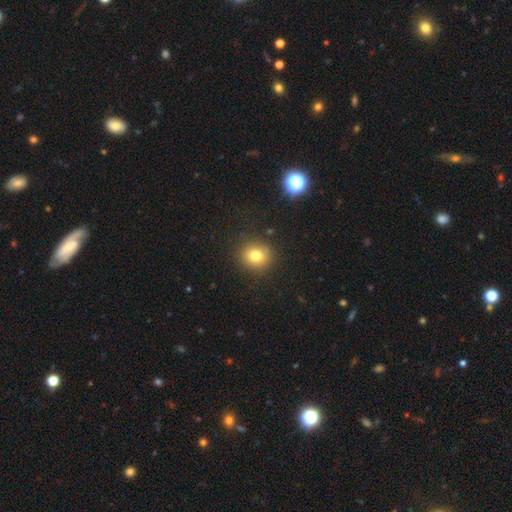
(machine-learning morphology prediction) Q: Smooth or featured?
A: smooth (77%); runner-up: star or artifact (13%)
Q: How rounded?
A: round (83%); runner-up: in between (16%)
Q: Merging?
A: none (88%); runner-up: minor disturbance (8%)